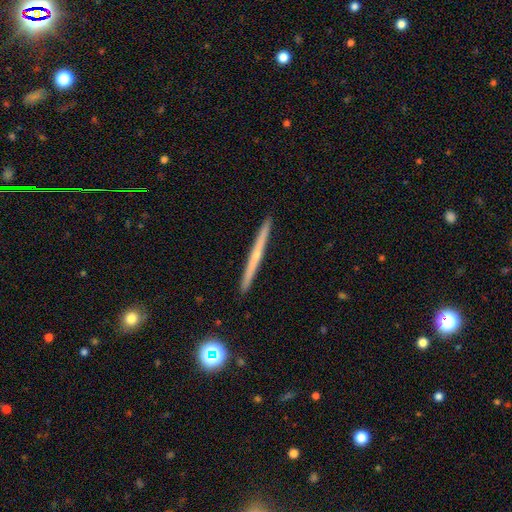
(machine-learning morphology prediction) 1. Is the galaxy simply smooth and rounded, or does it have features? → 56% featured or disk, 37% smooth, 7% star or artifact.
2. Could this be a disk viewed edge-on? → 98% yes, 2% no.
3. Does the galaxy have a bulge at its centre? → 74% none, 22% rounded, 4% boxy.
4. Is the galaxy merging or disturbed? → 93% none, 5% minor disturbance, 1% major disturbance, 1% merger.